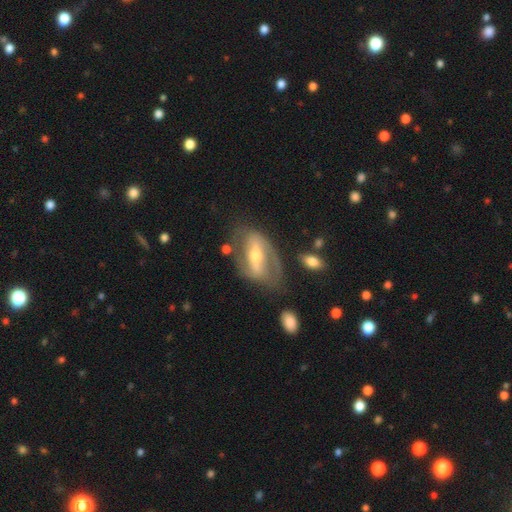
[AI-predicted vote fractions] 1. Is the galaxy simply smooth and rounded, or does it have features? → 75% featured or disk, 19% smooth, 6% star or artifact.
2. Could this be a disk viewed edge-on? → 87% no, 13% yes.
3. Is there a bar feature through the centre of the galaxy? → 64% strong, 22% weak, 14% no.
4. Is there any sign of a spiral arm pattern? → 66% yes, 34% no.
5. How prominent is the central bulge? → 59% moderate, 34% small, 5% large, 1% none, 1% dominant.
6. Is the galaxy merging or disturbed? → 58% none, 20% minor disturbance, 16% major disturbance, 5% merger.